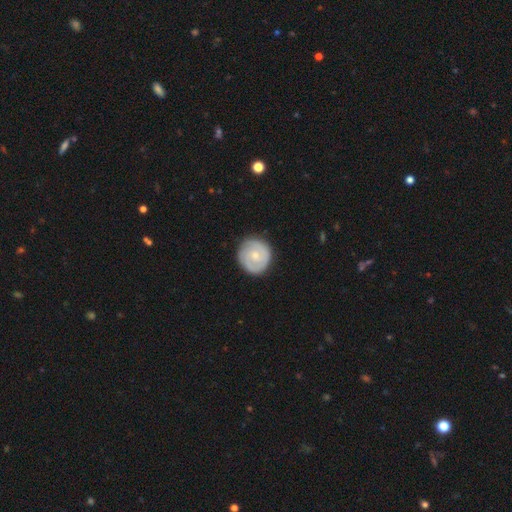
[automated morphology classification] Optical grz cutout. It shows a featured or disk galaxy (59%) with no bar (75%), spiral arms (77%) and a small central bulge (61%). Merging: none (85%).